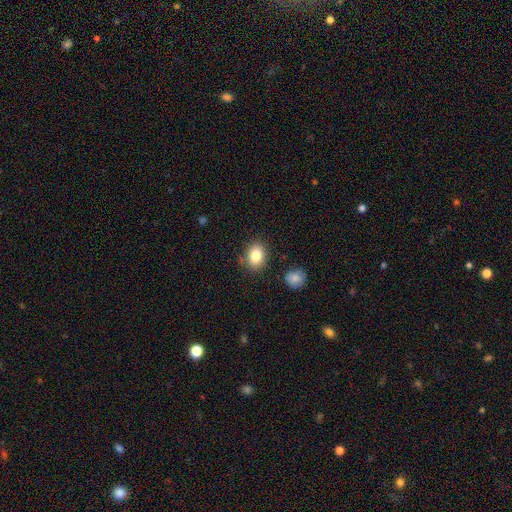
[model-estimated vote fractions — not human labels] A smooth galaxy with no disk features (83%) that is in between round and cigar-shaped (62%).

Vote fractions:
- Smooth or featured? smooth: 83% / star or artifact: 9% / featured or disk: 8%
- How rounded? in between: 62% / round: 37% / cigar-shaped: 1%
- Merging? none: 82% / minor disturbance: 11% / merger: 3% / major disturbance: 3%